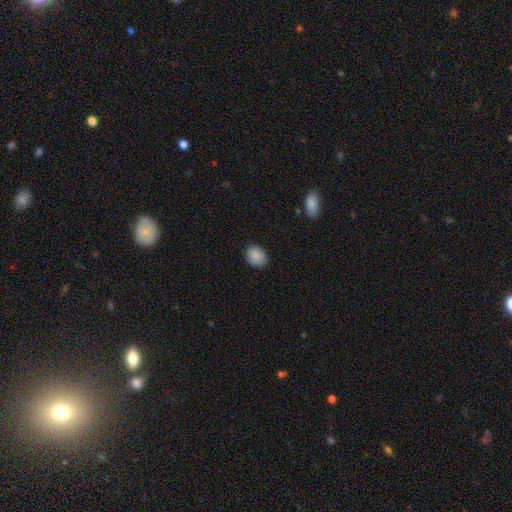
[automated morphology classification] Smooth or featured? Predicted: smooth (p=0.88). How rounded? Predicted: round (p=0.57). Merging? Predicted: none (p=0.85).